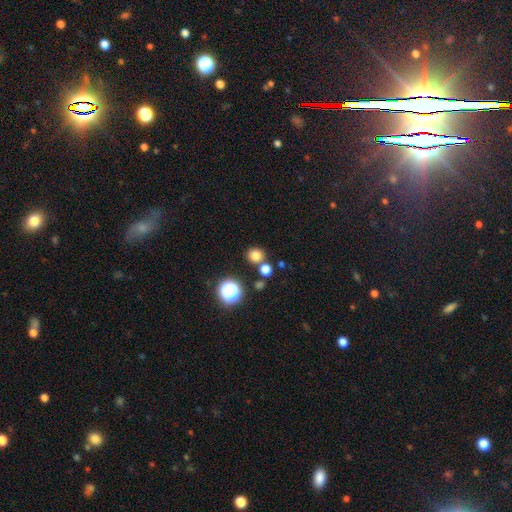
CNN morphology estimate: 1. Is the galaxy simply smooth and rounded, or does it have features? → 77% smooth, 17% star or artifact, 6% featured or disk.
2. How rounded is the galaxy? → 85% round, 14% in between, 1% cigar-shaped.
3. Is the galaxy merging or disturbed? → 76% none, 13% merger, 8% minor disturbance, 3% major disturbance.